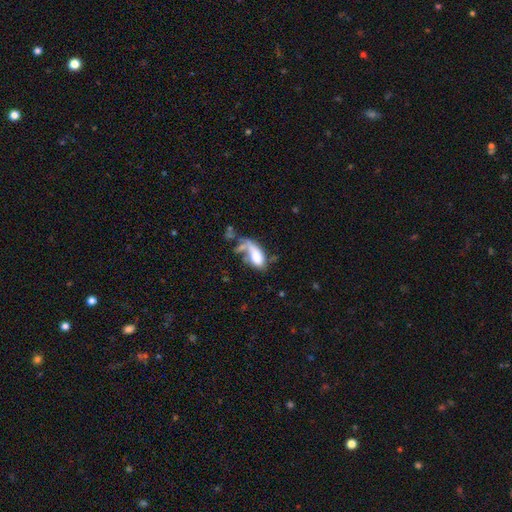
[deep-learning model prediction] Smooth or featured? smooth (61%)
How rounded? in between (83%)
Merging? major disturbance (34%)